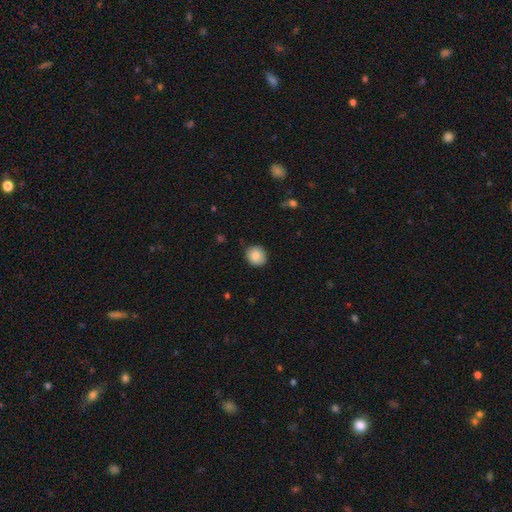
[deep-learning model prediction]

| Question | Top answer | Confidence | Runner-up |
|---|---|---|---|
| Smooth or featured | smooth | 87% | star or artifact (8%) |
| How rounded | round | 82% | in between (17%) |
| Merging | none | 86% | minor disturbance (10%) |